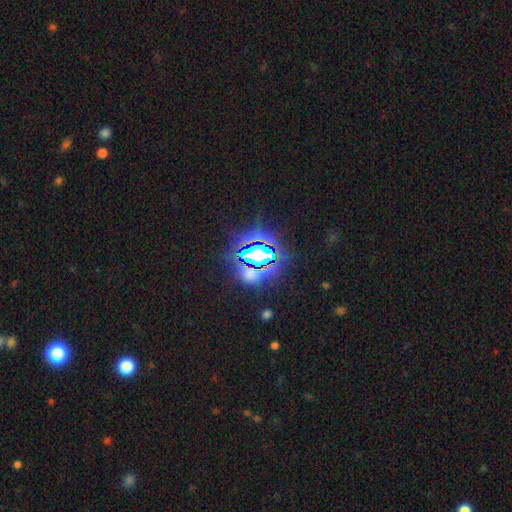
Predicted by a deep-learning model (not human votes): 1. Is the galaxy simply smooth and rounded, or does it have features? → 72% star or artifact, 16% smooth, 11% featured or disk.